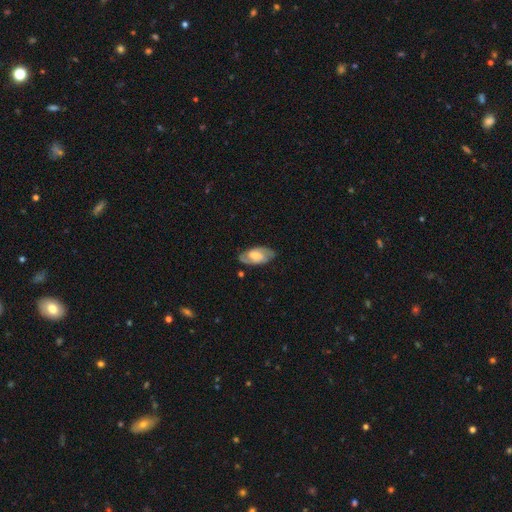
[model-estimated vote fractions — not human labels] Smooth or featured? featured or disk (66%)
Edge-on disk? no (94%)
Bar? weak (45%)
Spiral arms? yes (87%)
Spiral winding? medium (46%)
Spiral arm count? 2 (84%)
Bulge size? moderate (32%)
Merging? none (80%)